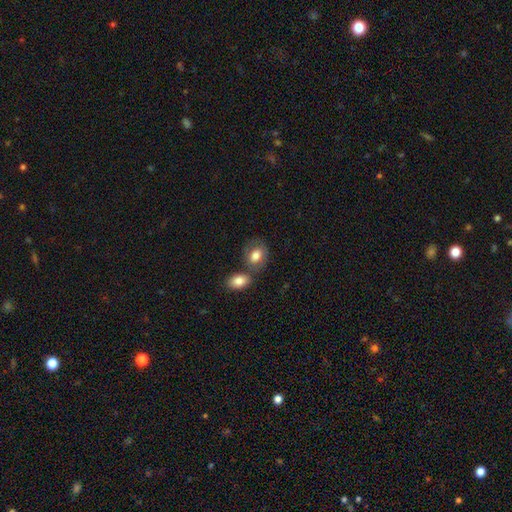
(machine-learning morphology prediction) A smooth galaxy with no disk features (70%) that is in between round and cigar-shaped (70%).

Vote fractions:
- Smooth or featured? smooth: 70% / featured or disk: 23% / star or artifact: 7%
- How rounded? in between: 70% / round: 28% / cigar-shaped: 1%
- Merging? none: 53% / merger: 27% / minor disturbance: 14% / major disturbance: 6%